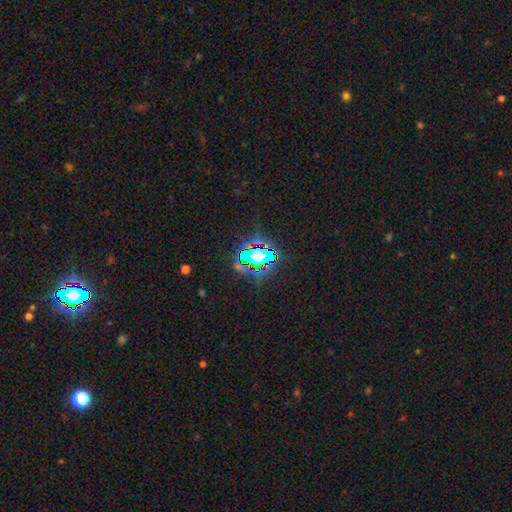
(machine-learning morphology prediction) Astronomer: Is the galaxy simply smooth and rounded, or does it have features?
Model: star or artifact — 72%.